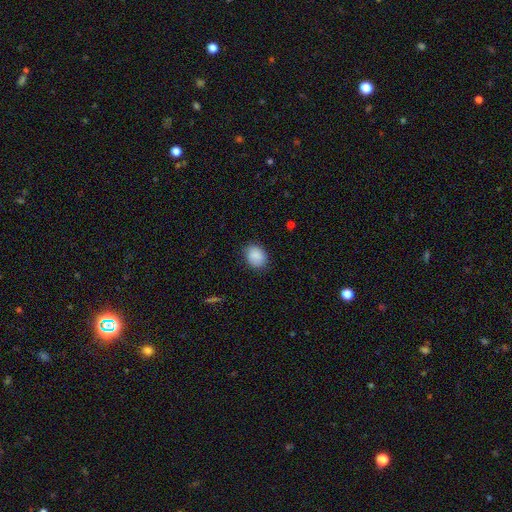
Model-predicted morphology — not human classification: smooth 89%, star or artifact 7%, featured or disk 4%. Down the decision tree: how rounded — in between (58%); merging — none (83%).